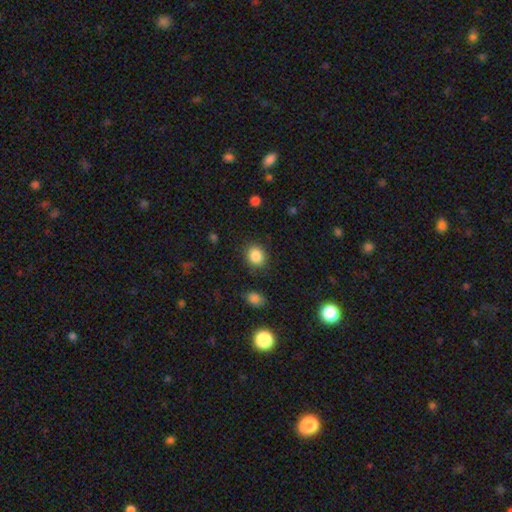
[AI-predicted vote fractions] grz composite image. It shows a smooth galaxy with no disk features (86%) that is round (63%). Merging: none (84%).